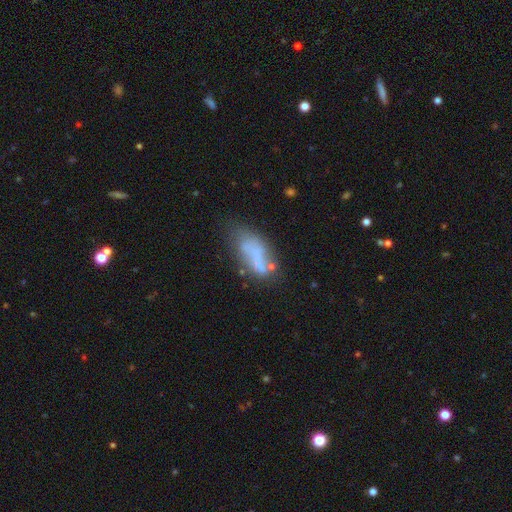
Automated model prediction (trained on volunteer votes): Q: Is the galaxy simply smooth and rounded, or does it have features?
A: smooth — 50%.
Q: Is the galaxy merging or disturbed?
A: none — 36%.